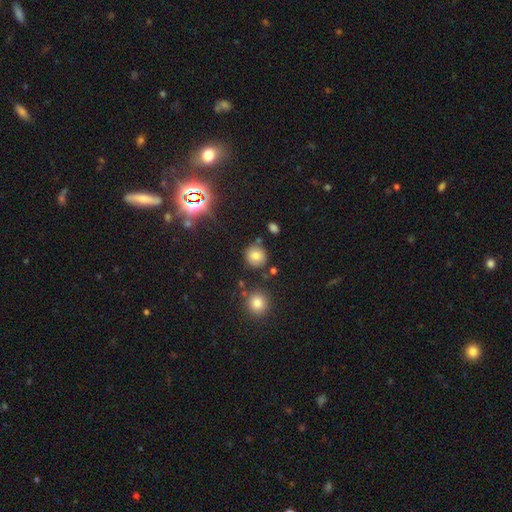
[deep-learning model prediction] smooth_or_featured: smooth (p=0.75) [alt: star or artifact p=0.16]
how_rounded: round (p=0.89) [alt: in between p=0.10]
merging: none (p=0.81) [alt: minor disturbance p=0.10]